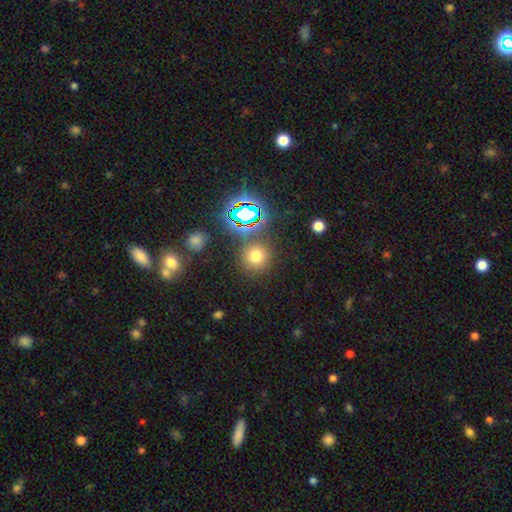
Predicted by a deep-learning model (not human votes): A smooth galaxy with no disk features (65%) that is round (90%). Merging: none (81%).